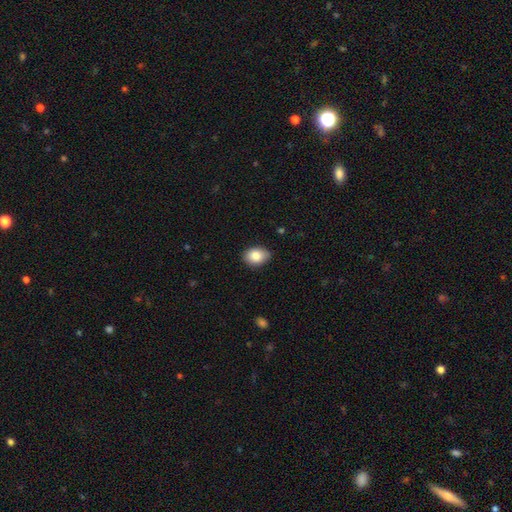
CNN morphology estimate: smooth 85%, star or artifact 8%, featured or disk 7%. Down the decision tree: how rounded — in between (79%); merging — none (82%).